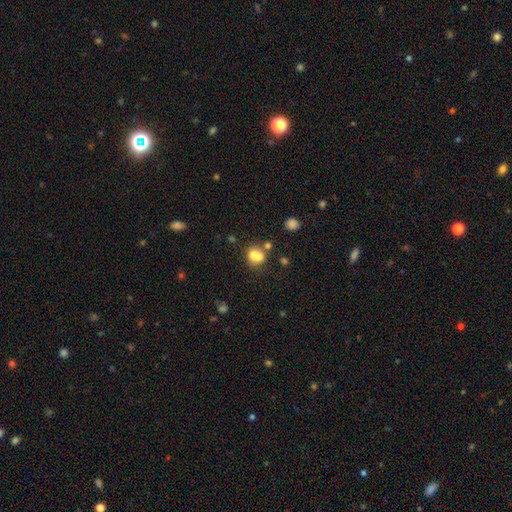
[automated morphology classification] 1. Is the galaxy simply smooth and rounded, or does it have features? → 68% smooth, 19% featured or disk, 12% star or artifact.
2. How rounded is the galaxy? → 68% round, 30% in between, 1% cigar-shaped.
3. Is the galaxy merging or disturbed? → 54% merger, 33% none, 8% minor disturbance, 4% major disturbance.